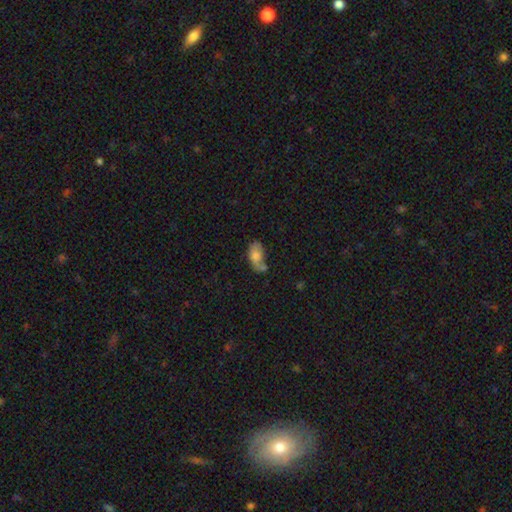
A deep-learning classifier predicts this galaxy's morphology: smooth_or_featured: smooth (p=0.74) [alt: featured or disk p=0.17]
how_rounded: in between (p=0.89) [alt: round p=0.07]
merging: none (p=0.37) [alt: minor disturbance p=0.27]